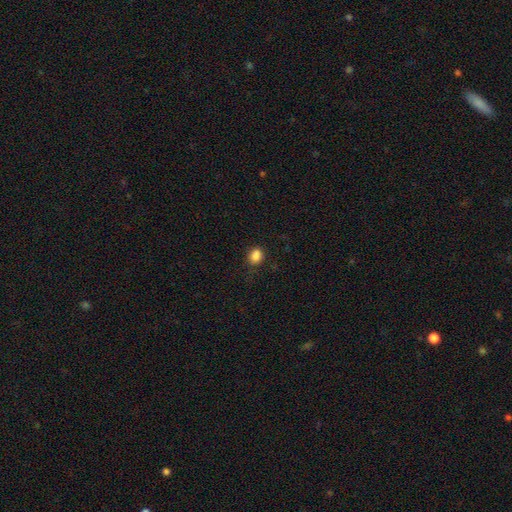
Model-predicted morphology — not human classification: Q: Smooth or featured?
A: smooth (86%); runner-up: star or artifact (11%)
Q: How rounded?
A: round (58%); runner-up: in between (41%)
Q: Merging?
A: none (78%); runner-up: minor disturbance (16%)